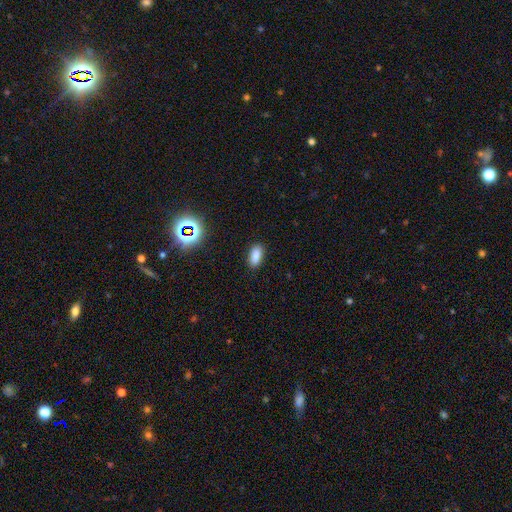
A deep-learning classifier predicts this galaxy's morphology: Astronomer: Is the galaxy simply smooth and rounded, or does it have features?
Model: smooth — 84%.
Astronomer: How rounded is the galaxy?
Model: in between — 88%.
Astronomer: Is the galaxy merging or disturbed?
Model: none — 88%.